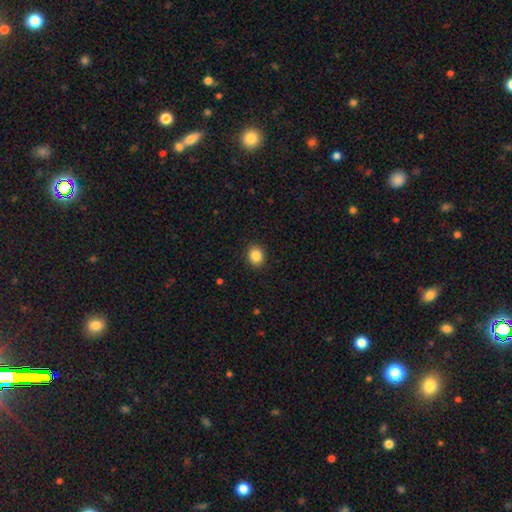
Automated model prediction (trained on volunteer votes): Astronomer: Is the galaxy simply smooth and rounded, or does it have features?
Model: smooth — 86%.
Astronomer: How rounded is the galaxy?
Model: round — 70%.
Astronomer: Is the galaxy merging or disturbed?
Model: none — 91%.